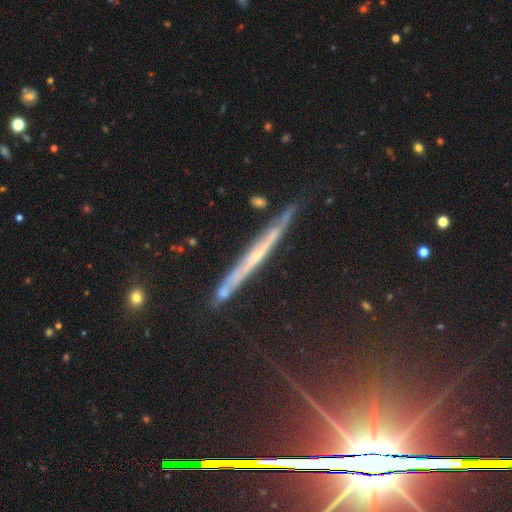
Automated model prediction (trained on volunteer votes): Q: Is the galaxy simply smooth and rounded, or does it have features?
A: featured or disk — 67%.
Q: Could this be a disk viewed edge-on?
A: yes — 94%.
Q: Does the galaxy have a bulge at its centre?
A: none — 63%.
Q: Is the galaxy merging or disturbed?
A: none — 80%.